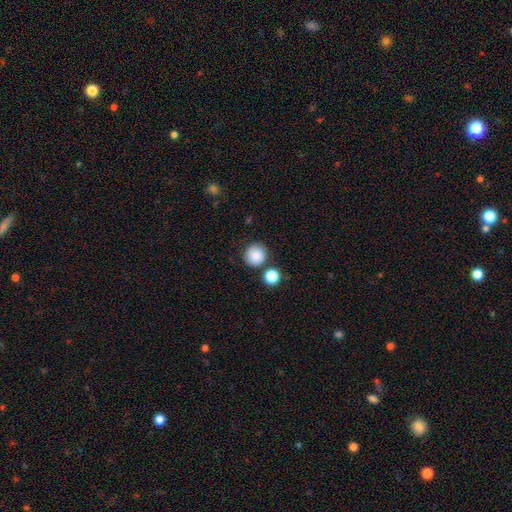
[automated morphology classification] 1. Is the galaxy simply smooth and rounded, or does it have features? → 82% smooth, 10% star or artifact, 8% featured or disk.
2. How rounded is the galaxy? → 94% round, 5% in between, 1% cigar-shaped.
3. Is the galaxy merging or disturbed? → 81% none, 9% merger, 8% minor disturbance, 2% major disturbance.